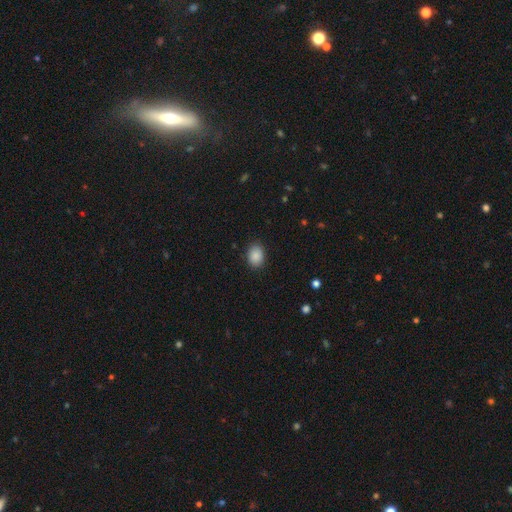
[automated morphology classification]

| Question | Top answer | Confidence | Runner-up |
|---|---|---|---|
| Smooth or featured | smooth | 89% | star or artifact (8%) |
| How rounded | in between | 68% | round (31%) |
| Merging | none | 87% | minor disturbance (9%) |